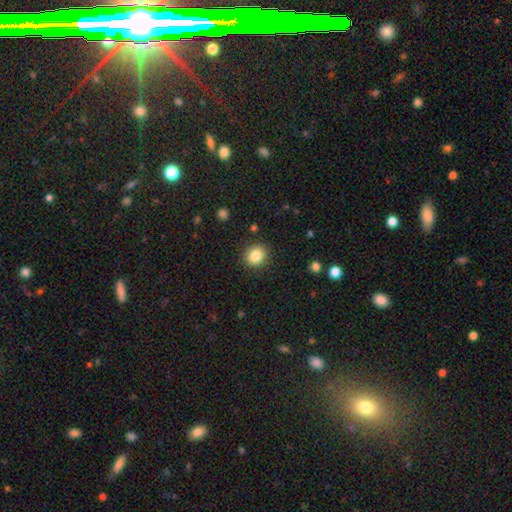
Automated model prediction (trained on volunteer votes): smooth 84%, star or artifact 10%, featured or disk 6%. Down the decision tree: how rounded — round (76%); merging — none (89%).